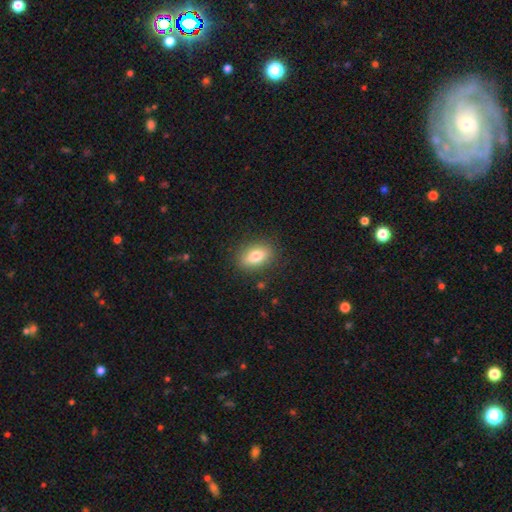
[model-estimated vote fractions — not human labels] smooth-or-featured: smooth: 75% | featured or disk: 16% | star or artifact: 8%
  how-rounded: in between: 82% | round: 10% | cigar-shaped: 8%
  merging: none: 87% | minor disturbance: 10% | major disturbance: 3% | merger: 1%